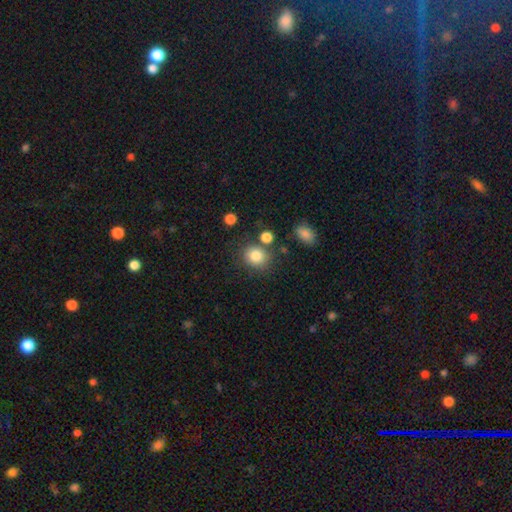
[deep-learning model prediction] Smooth or featured? smooth (83%)
How rounded? round (72%)
Merging? none (75%)